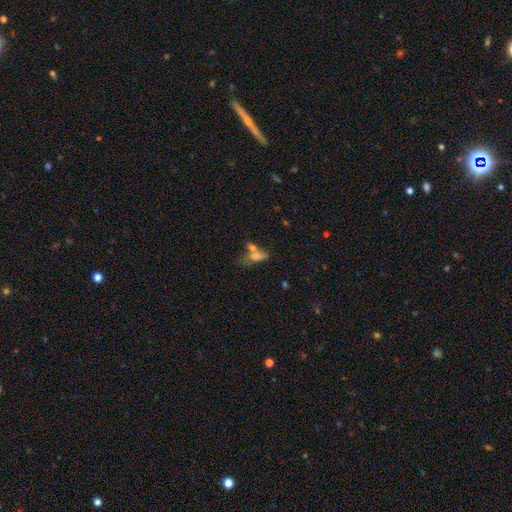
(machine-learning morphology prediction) The model was most divided on "merging": merger: 44%, none: 28%, minor disturbance: 14%, major disturbance: 13%. More confident: how rounded — in between (68%); smooth or featured — smooth (63%).